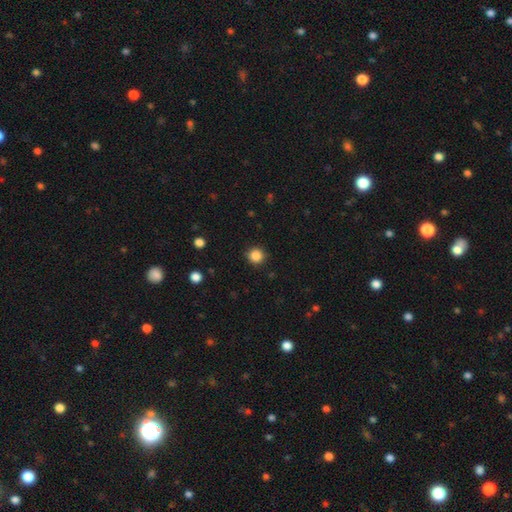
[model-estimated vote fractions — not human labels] Smooth or featured?
  - smooth: 85% *
  - star or artifact: 11%
  - featured or disk: 3%
How rounded?
  - round: 94% *
  - in between: 6%
  - cigar-shaped: 1%
Merging?
  - none: 89% *
  - minor disturbance: 8%
  - major disturbance: 2%
  - merger: 1%